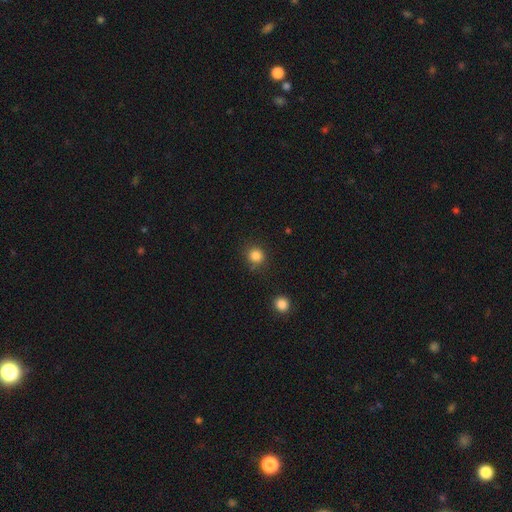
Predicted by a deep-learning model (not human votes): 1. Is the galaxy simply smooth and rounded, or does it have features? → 85% smooth, 12% star or artifact, 4% featured or disk.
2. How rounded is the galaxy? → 88% round, 11% in between, 1% cigar-shaped.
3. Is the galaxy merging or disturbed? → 84% none, 10% minor disturbance, 3% major disturbance, 3% merger.